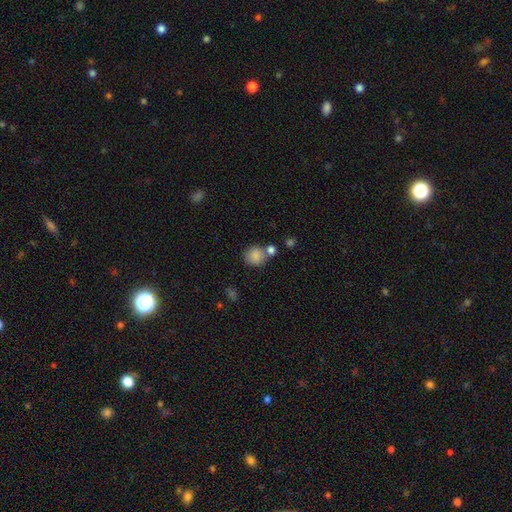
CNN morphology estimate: smooth_or_featured: smooth (p=0.85) [alt: star or artifact p=0.09]
how_rounded: round (p=0.85) [alt: in between p=0.14]
merging: none (p=0.62) [alt: merger p=0.22]